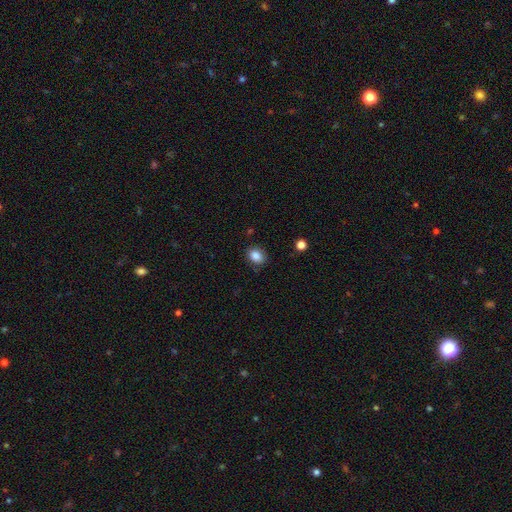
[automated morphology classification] A smooth galaxy with no disk features (86%) that is in between round and cigar-shaped (56%).

Vote fractions:
- Smooth or featured? smooth: 86% / star or artifact: 9% / featured or disk: 4%
- How rounded? in between: 56% / round: 43% / cigar-shaped: 1%
- Merging? none: 83% / minor disturbance: 12% / major disturbance: 3% / merger: 1%